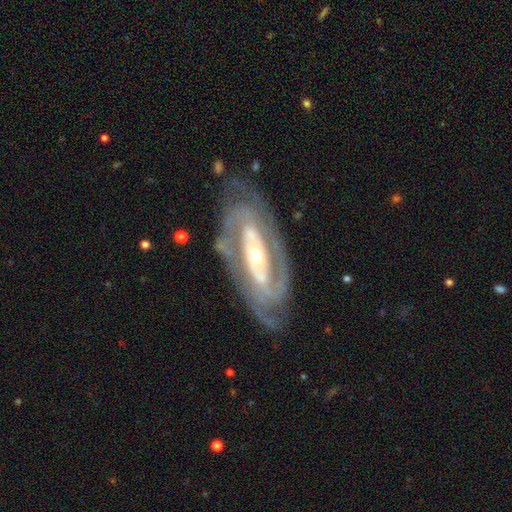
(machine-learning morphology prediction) Overall: featured or disk (90%). Edge-on disk: no (92%). Bar: strong (41%; no 35%). Spiral arms: yes (95%). Spiral arm count: 2 (55%; 3 16%). Spiral winding: tight (64%; medium 30%). Bulge size: small (49%; moderate 45%). Merging: none (76%).